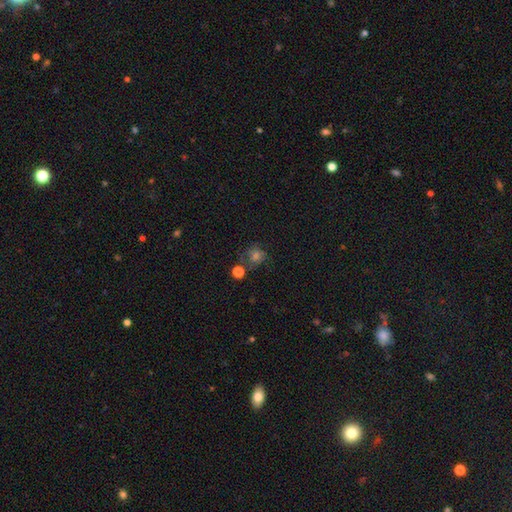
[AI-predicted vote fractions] Q: Smooth or featured?
A: smooth (52%); runner-up: star or artifact (29%)
Q: How rounded?
A: round (85%); runner-up: in between (14%)
Q: Merging?
A: none (67%); runner-up: minor disturbance (16%)